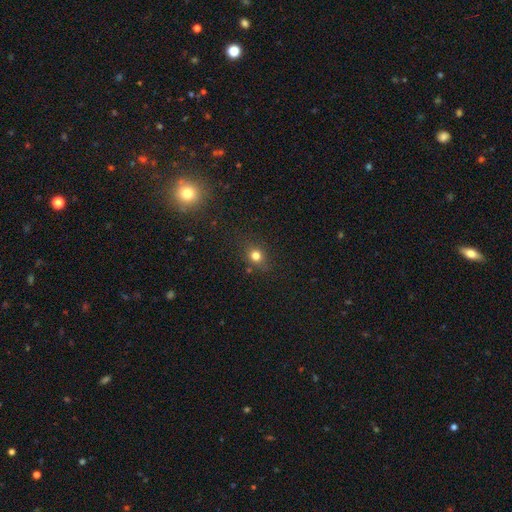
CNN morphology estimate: This is likely a smooth galaxy (76%). How rounded: likely round (76%). Merging: clearly none (80%).